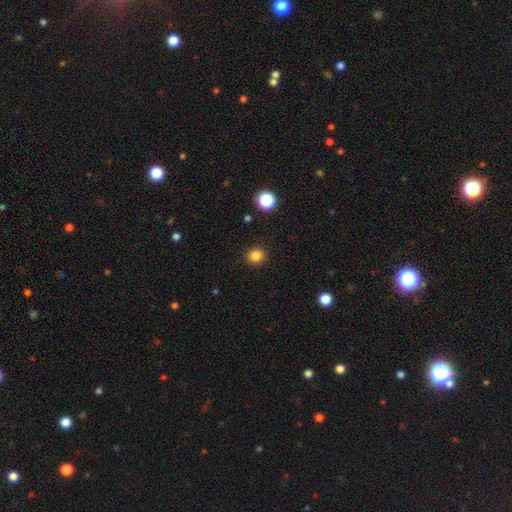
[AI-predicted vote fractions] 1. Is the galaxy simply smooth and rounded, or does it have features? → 83% smooth, 13% star or artifact, 4% featured or disk.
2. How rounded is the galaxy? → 88% round, 11% in between, 1% cigar-shaped.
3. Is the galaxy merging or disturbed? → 91% none, 6% minor disturbance, 2% major disturbance, 1% merger.